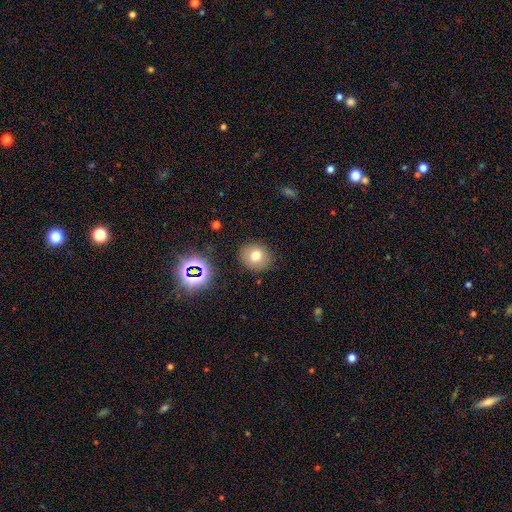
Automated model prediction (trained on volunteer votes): Smooth or featured? smooth (72%)
How rounded? round (74%)
Merging? none (86%)